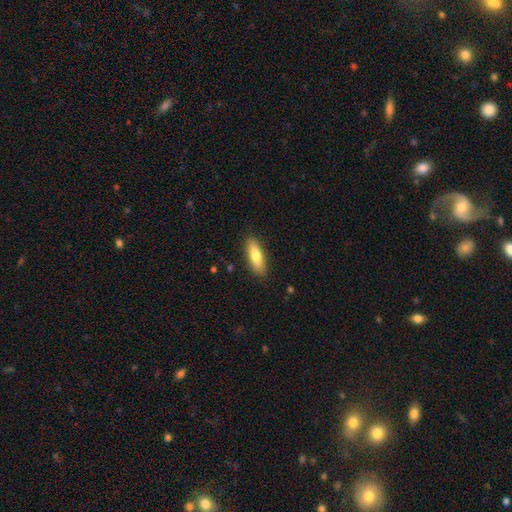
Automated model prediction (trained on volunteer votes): Smooth or featured: smooth — 78% (featured or disk — 16%)
How rounded: in between — 58% (cigar-shaped — 40%)
Merging: none — 88% (minor disturbance — 9%)